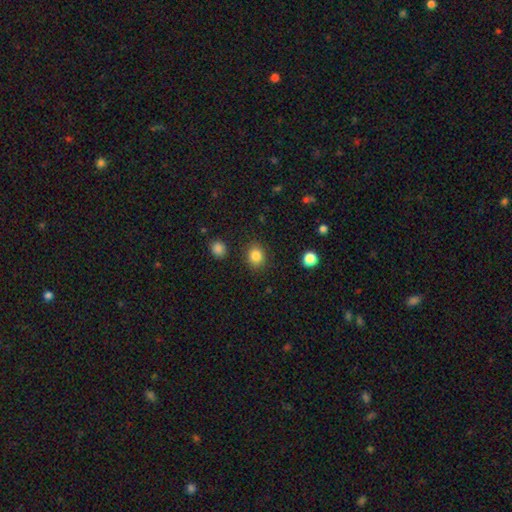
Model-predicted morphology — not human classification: A smooth galaxy with no disk features (85%) that is round (65%). Merging: none (87%).